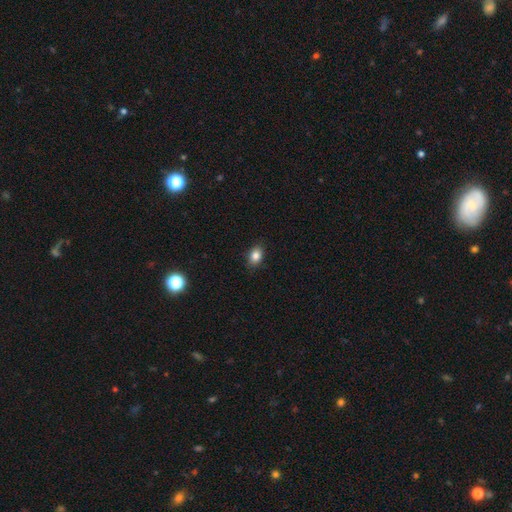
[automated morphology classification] A smooth galaxy with no disk features (84%) that is in between round and cigar-shaped (78%).

Vote fractions:
- Smooth or featured? smooth: 84% / star or artifact: 9% / featured or disk: 7%
- How rounded? in between: 78% / round: 20% / cigar-shaped: 1%
- Merging? none: 87% / minor disturbance: 10% / major disturbance: 2% / merger: 1%